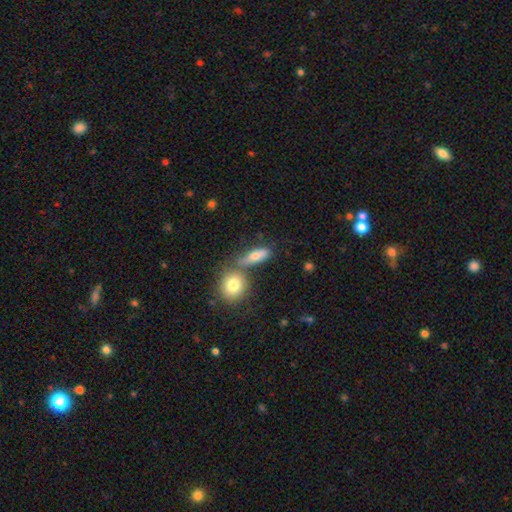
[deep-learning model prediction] Morphology: type=smooth (75%); roundness=in between (56%); merging=none (54%).